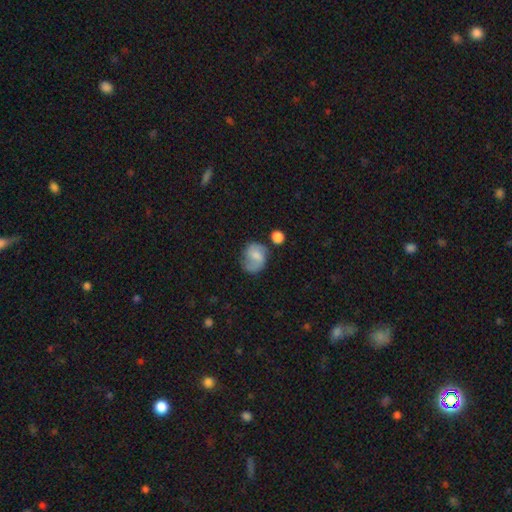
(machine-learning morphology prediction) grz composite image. It shows a featured or disk galaxy (49%). Merging: none (58%).